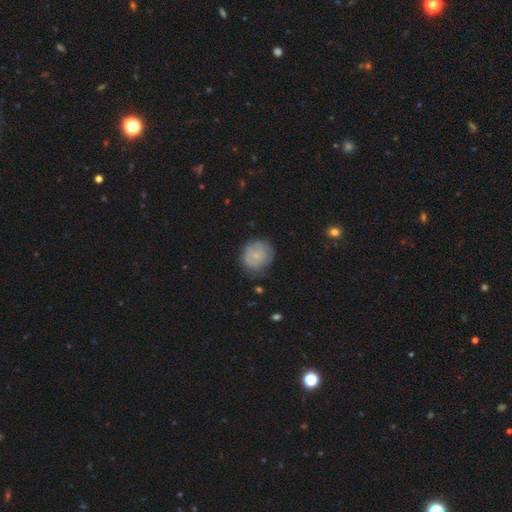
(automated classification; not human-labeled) The model was most divided on "smooth or featured": smooth: 60%, featured or disk: 32%, star or artifact: 8%. More confident: how rounded — round (79%); merging — none (65%).